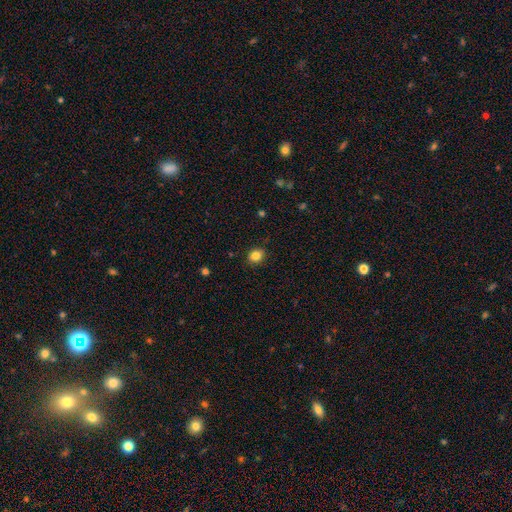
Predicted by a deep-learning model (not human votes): Morphology: type=smooth (84%); roundness=round (64%); merging=none (88%).